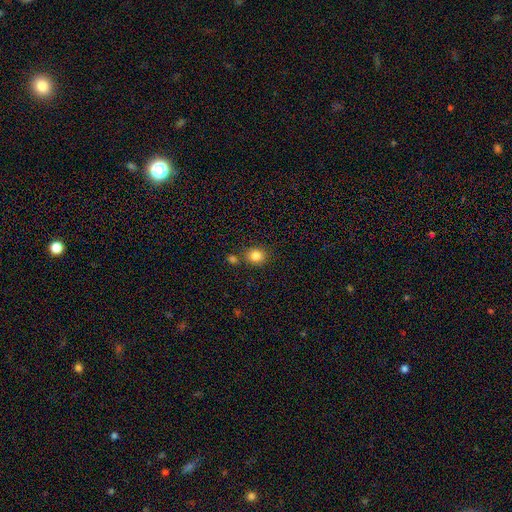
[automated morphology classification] The model was most divided on "how rounded": round: 75%, in between: 25%, cigar-shaped: 1%. More confident: smooth or featured — smooth (84%); merging — none (74%).